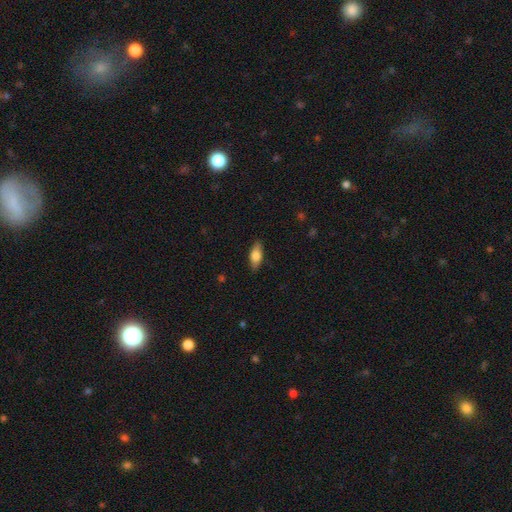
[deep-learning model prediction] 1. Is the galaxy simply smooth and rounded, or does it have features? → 74% smooth, 20% featured or disk, 6% star or artifact.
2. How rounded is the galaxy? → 78% in between, 18% cigar-shaped, 3% round.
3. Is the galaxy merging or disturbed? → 86% none, 11% minor disturbance, 2% major disturbance, 1% merger.